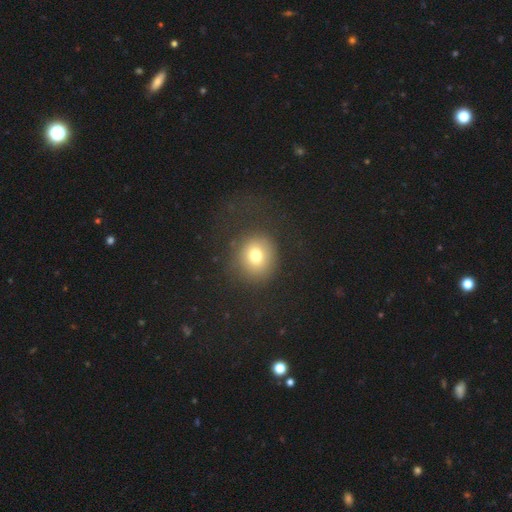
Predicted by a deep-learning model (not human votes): A smooth galaxy with no disk features (74%) that is round (85%).

Vote fractions:
- Smooth or featured? smooth: 74% / star or artifact: 14% / featured or disk: 11%
- How rounded? round: 85% / in between: 14% / cigar-shaped: 1%
- Merging? none: 76% / minor disturbance: 11% / major disturbance: 11% / merger: 2%